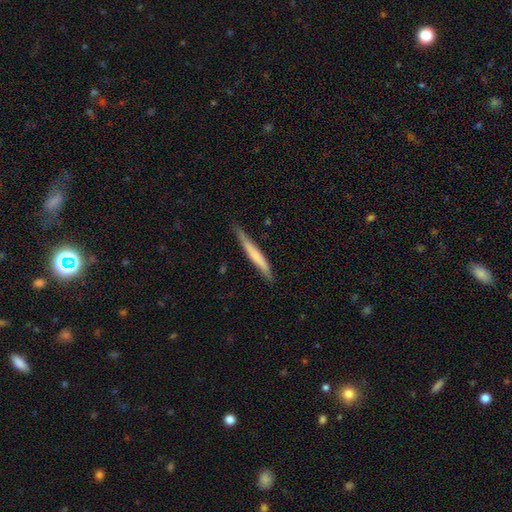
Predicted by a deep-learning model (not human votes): Q: Smooth or featured?
A: smooth (56%); runner-up: featured or disk (38%)
Q: How rounded?
A: cigar-shaped (96%); runner-up: in between (3%)
Q: Merging?
A: none (82%); runner-up: minor disturbance (15%)